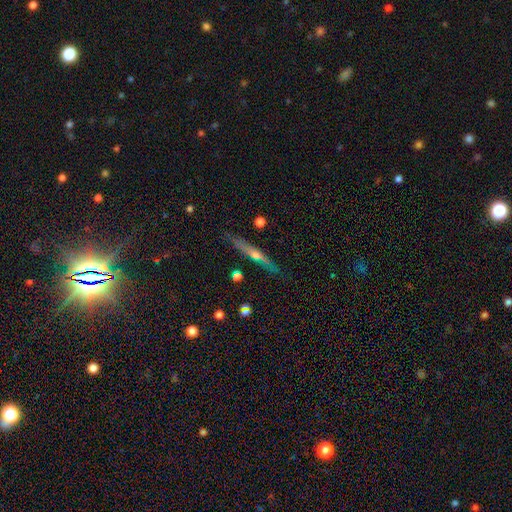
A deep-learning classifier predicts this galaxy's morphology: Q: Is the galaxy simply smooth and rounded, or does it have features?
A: featured or disk — 73%.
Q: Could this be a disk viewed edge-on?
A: yes — 96%.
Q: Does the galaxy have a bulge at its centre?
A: rounded — 82%.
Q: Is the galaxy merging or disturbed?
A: none — 87%.